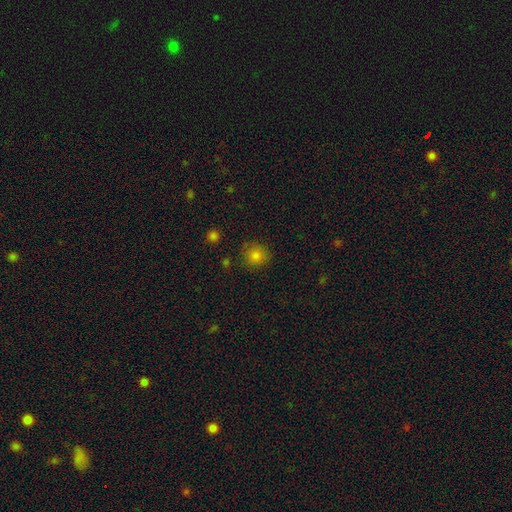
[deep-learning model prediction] Smooth or featured: smooth — 83% (star or artifact — 12%)
How rounded: round — 90% (in between — 9%)
Merging: none — 83% (minor disturbance — 11%)